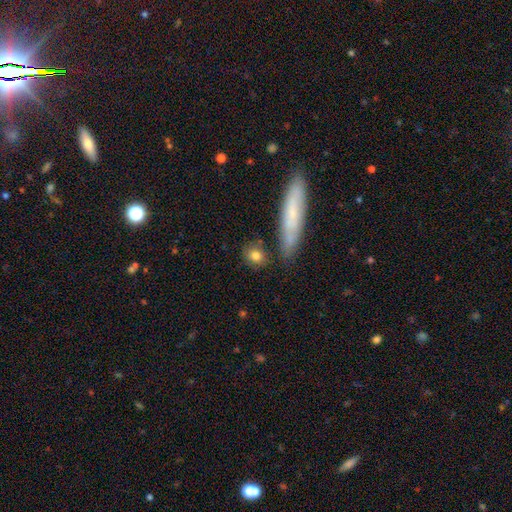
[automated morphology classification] This appears to be a smooth galaxy with no disk features (81%) that is round (54%). Merging: none (78%).